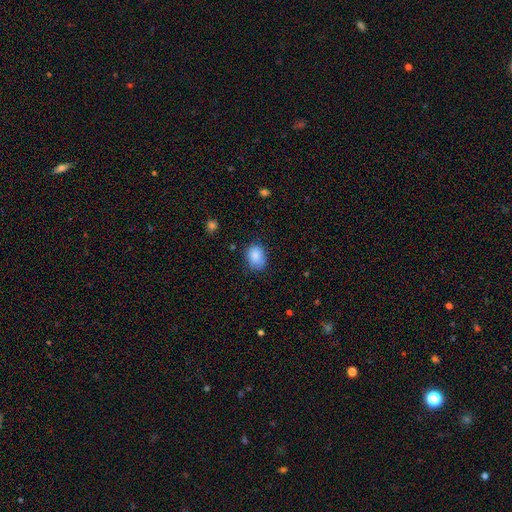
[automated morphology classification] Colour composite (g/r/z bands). It shows a smooth galaxy with no disk features (86%) that is in between round and cigar-shaped (63%). Merging: none (71%).